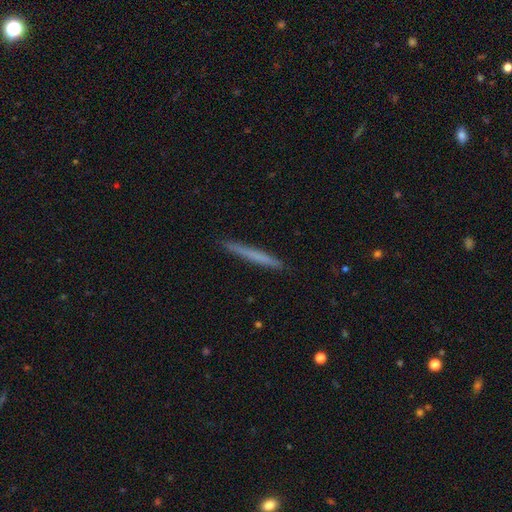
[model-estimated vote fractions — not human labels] Morphology: type=smooth (62%); roundness=cigar-shaped (97%); merging=none (91%).